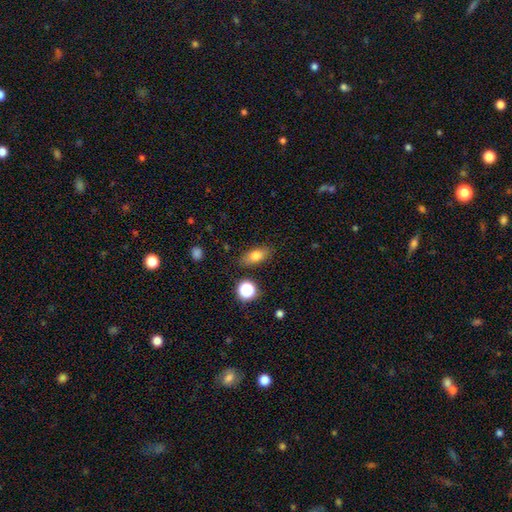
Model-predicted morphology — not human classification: The model was most divided on "smooth or featured": smooth: 78%, featured or disk: 11%, star or artifact: 11%. More confident: merging — none (83%); how rounded — in between (79%).